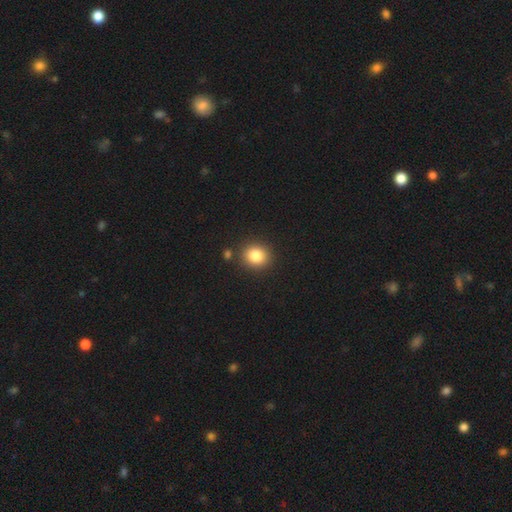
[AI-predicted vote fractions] Smooth or featured: smooth — 83% (star or artifact — 11%)
How rounded: round — 80% (in between — 19%)
Merging: none — 85% (minor disturbance — 8%)